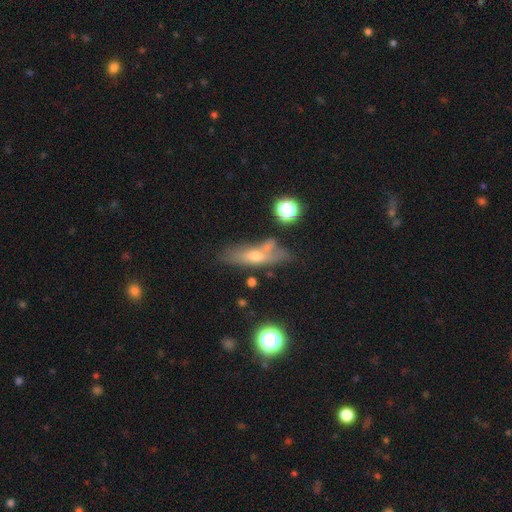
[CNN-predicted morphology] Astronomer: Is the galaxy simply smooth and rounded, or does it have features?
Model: smooth — 46% (runner-up: featured or disk, 42%).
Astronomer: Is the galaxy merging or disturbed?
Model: none — 51%.